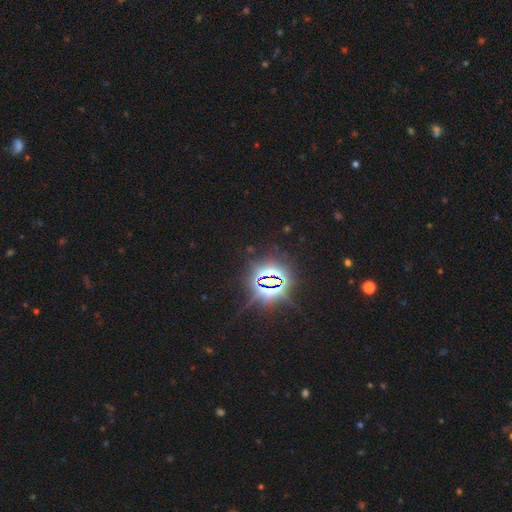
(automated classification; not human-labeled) This is clearly a star or artifact rather than a galaxy (85%).